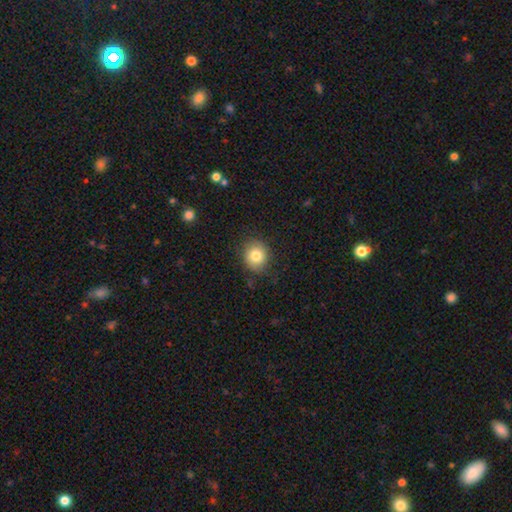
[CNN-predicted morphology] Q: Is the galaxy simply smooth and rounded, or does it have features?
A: smooth — 80%.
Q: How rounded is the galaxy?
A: round — 77%.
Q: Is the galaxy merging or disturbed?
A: none — 84%.